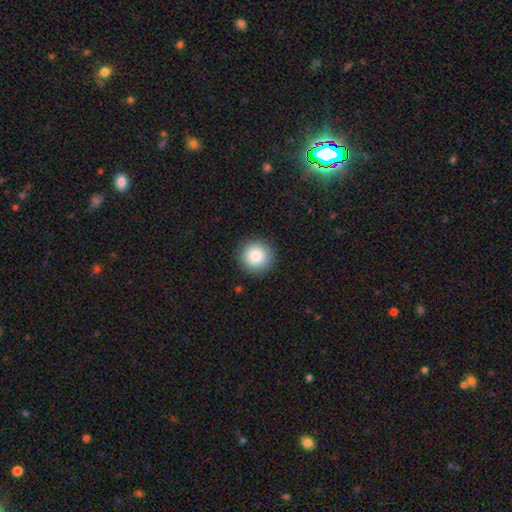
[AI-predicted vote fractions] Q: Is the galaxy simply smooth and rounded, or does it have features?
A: smooth — 85%.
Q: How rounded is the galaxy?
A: round — 95%.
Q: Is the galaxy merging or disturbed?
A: none — 91%.